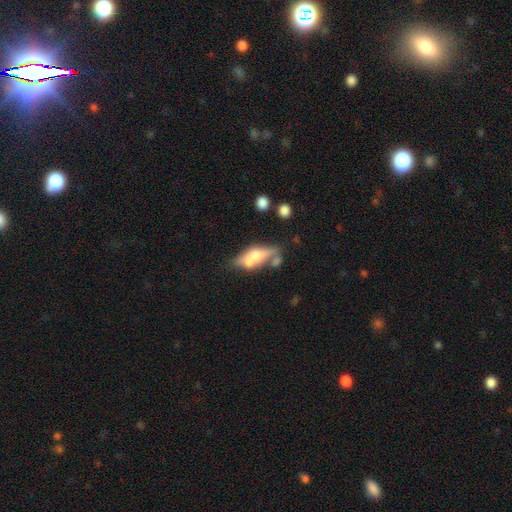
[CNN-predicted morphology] A featured or disk galaxy (48%). Merging: none (41%).